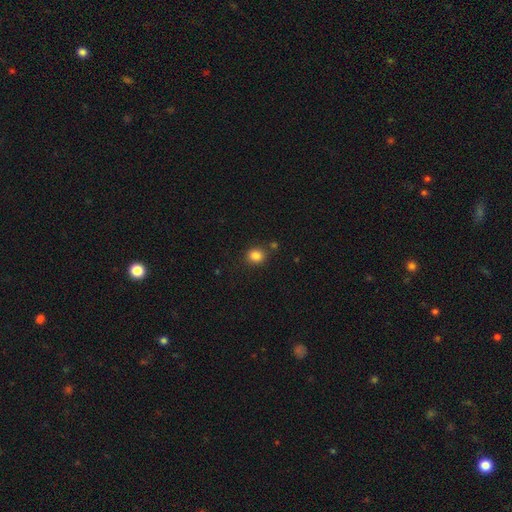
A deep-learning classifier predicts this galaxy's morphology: Smooth or featured? Predicted: smooth (p=0.84). How rounded? Predicted: round (p=0.76). Merging? Predicted: none (p=0.82).